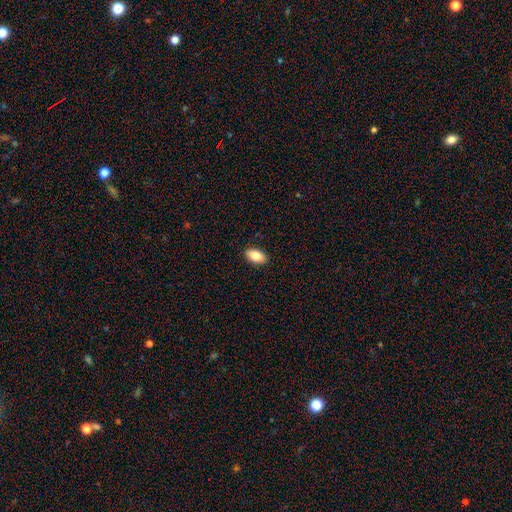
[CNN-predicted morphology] Q: Smooth or featured?
A: smooth (84%); runner-up: featured or disk (9%)
Q: How rounded?
A: in between (92%); runner-up: round (4%)
Q: Merging?
A: none (90%); runner-up: minor disturbance (7%)